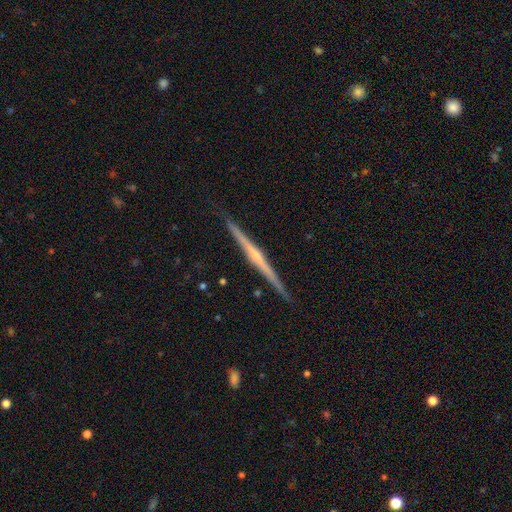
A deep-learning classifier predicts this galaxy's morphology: featured or disk 81%, smooth 14%, star or artifact 5%. Down the decision tree: edge-on disk — yes (98%); edge-on bulge — rounded (62%); merging — none (90%).